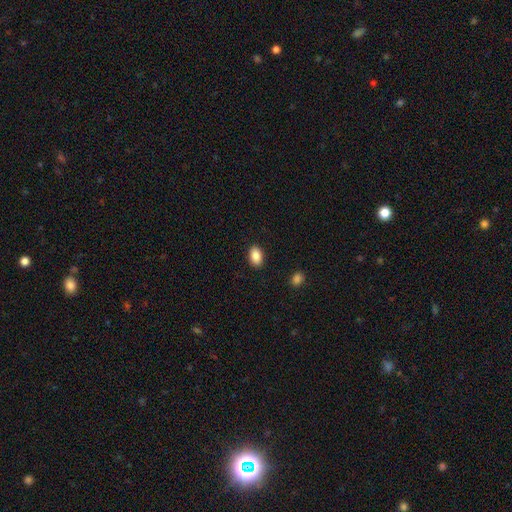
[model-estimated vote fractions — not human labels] smooth_or_featured: smooth (p=0.88) [alt: star or artifact p=0.07]
how_rounded: in between (p=0.90) [alt: round p=0.08]
merging: none (p=0.89) [alt: minor disturbance p=0.08]